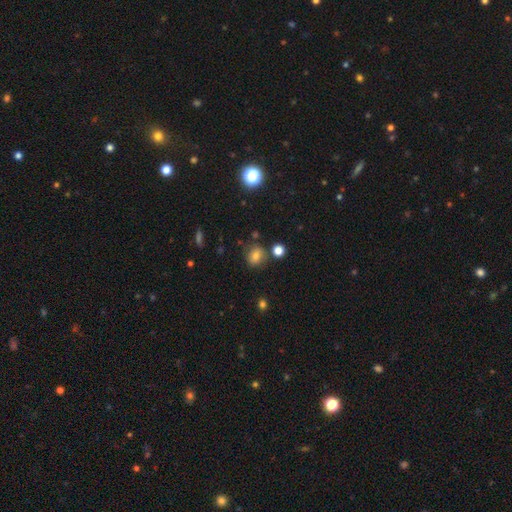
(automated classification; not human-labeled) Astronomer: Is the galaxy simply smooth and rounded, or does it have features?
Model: smooth — 73%.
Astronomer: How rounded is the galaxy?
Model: round — 73%.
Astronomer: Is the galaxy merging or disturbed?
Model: none — 76%.